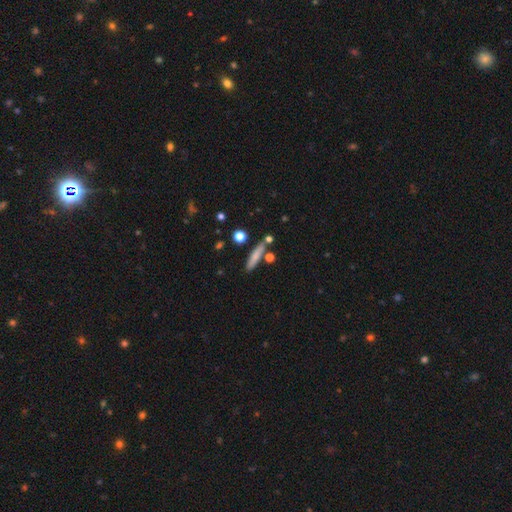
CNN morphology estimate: type=smooth (76%); roundness=cigar-shaped (83%); merging=none (79%).